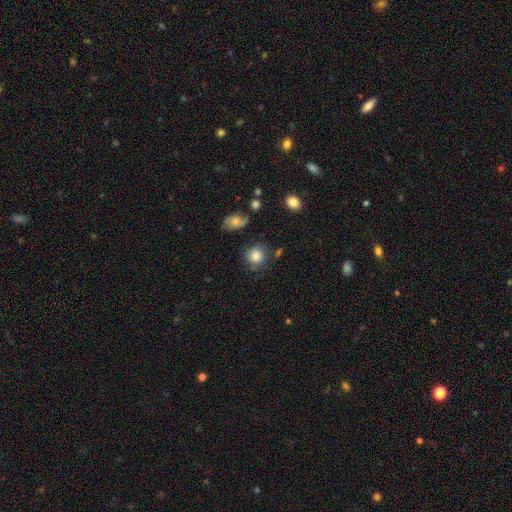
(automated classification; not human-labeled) Smooth or featured: smooth — 80% (featured or disk — 11%)
How rounded: round — 84% (in between — 15%)
Merging: none — 70% (minor disturbance — 19%)